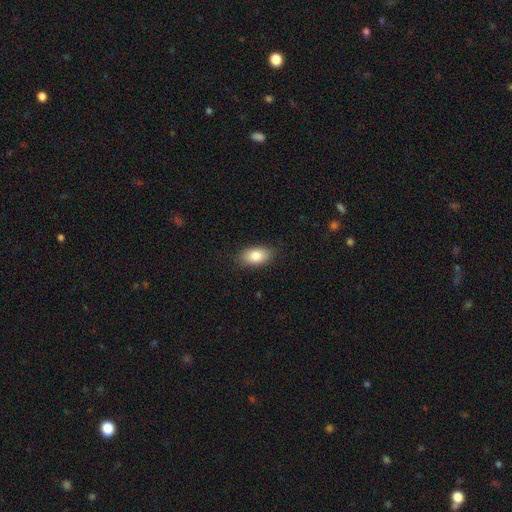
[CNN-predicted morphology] Smooth or featured? Predicted: smooth (p=0.85). How rounded? Predicted: in between (p=0.92). Merging? Predicted: none (p=0.86).